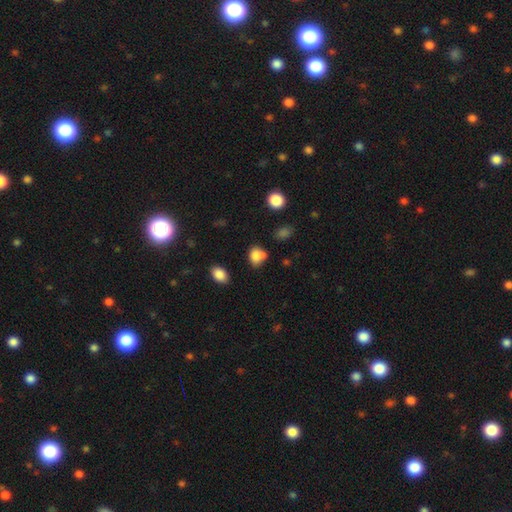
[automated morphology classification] type=smooth (80%); roundness=in between (53%); merging=none (46%).